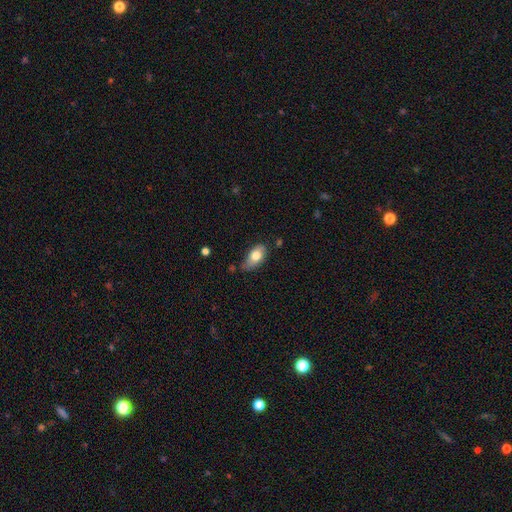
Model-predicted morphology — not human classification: Smooth or featured? smooth (76%)
How rounded? in between (90%)
Merging? none (62%)